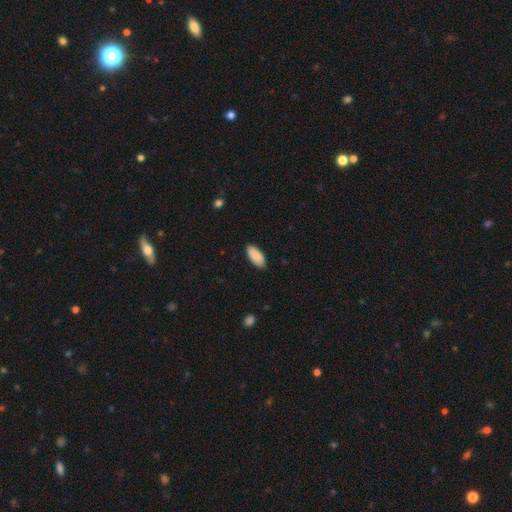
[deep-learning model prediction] A smooth galaxy with no disk features (87%) that is in between round and cigar-shaped (90%).

Vote fractions:
- Smooth or featured? smooth: 87% / featured or disk: 8% / star or artifact: 6%
- How rounded? in between: 90% / cigar-shaped: 8% / round: 2%
- Merging? none: 86% / minor disturbance: 11% / major disturbance: 2% / merger: 1%